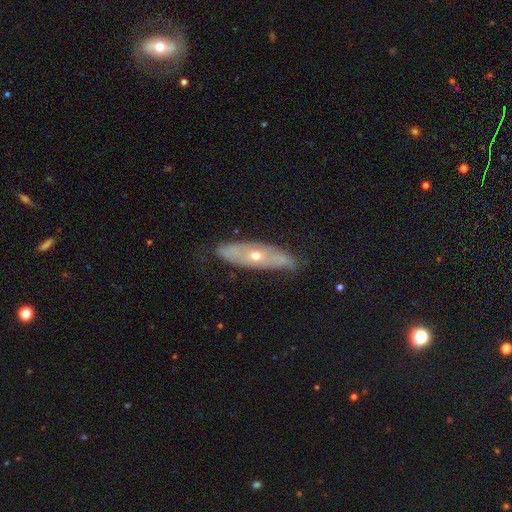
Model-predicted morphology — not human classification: A featured or disk galaxy (63%). Merging: none (80%).